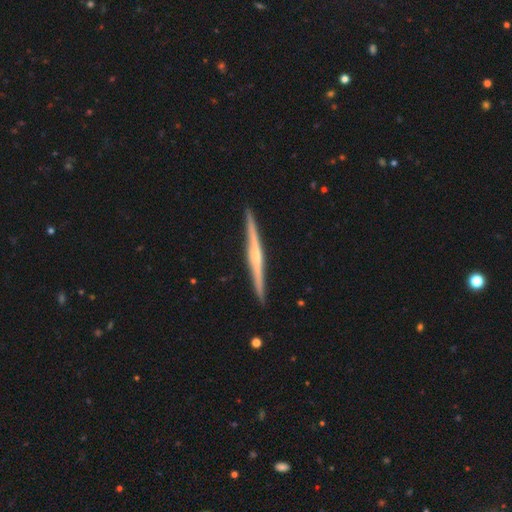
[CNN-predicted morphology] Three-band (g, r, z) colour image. It shows a featured or disk galaxy (80%) viewed edge-on (99%) with a rounded central bulge (63%). Merging: none (93%).